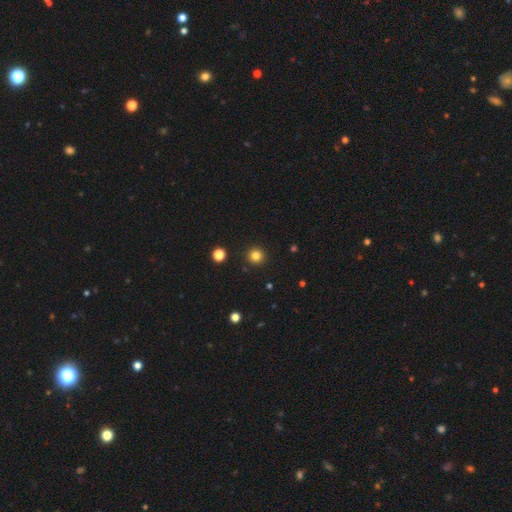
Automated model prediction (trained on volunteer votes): Smooth or featured: smooth — 82% (star or artifact — 13%)
How rounded: round — 95% (in between — 4%)
Merging: none — 92% (minor disturbance — 5%)